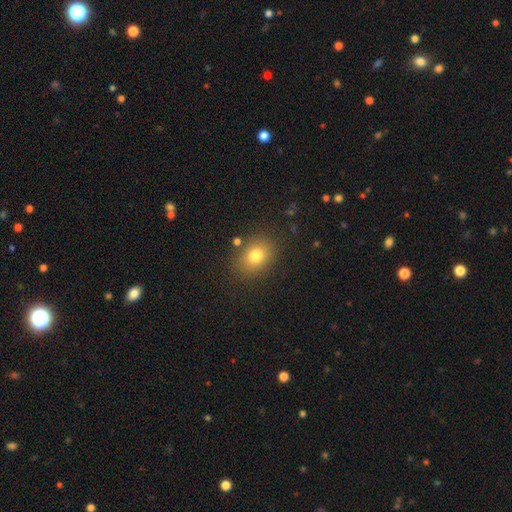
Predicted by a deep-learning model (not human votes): Smooth or featured: smooth — 78% (star or artifact — 12%)
How rounded: in between — 55% (round — 44%)
Merging: none — 83% (minor disturbance — 10%)